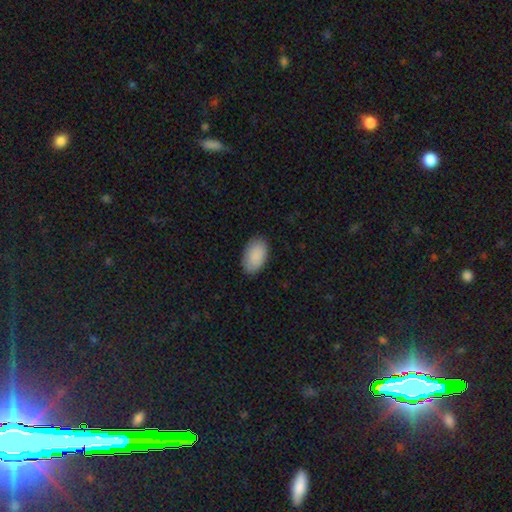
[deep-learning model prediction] This is clearly a smooth galaxy (90%). How rounded: clearly in between (94%). Merging: clearly none (86%).